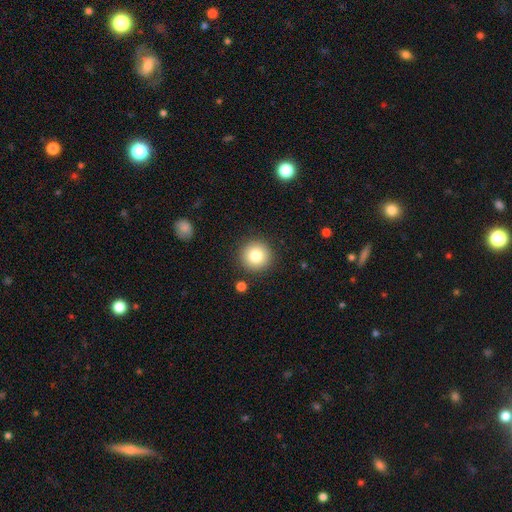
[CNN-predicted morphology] This is clearly a smooth galaxy (81%). How rounded: clearly round (96%). Merging: clearly none (90%).